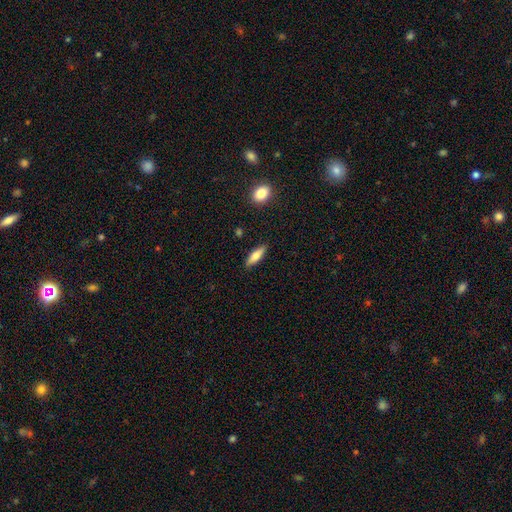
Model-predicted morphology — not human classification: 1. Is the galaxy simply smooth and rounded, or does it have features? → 72% smooth, 21% featured or disk, 7% star or artifact.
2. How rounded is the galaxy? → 50% cigar-shaped, 48% in between, 2% round.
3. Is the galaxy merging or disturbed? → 87% none, 9% minor disturbance, 2% major disturbance, 2% merger.